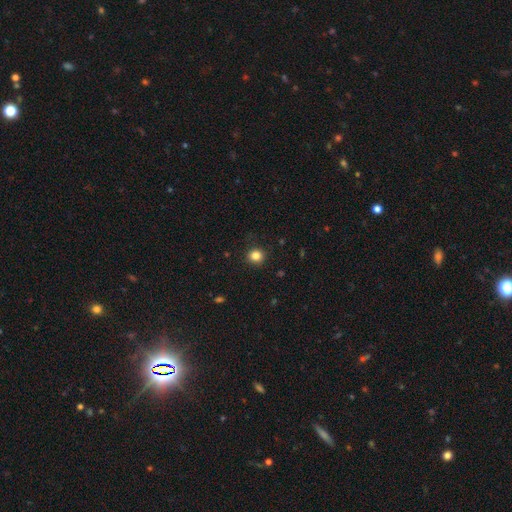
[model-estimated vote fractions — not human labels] Overall: smooth (84%). How rounded: round (89%). Merging: none (90%).